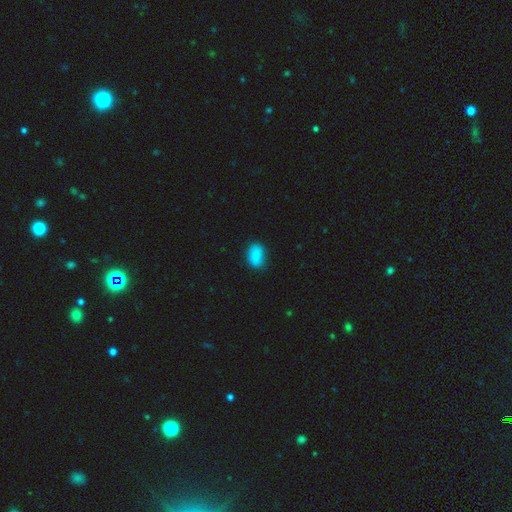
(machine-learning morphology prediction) smooth-or-featured: smooth: 87% | star or artifact: 9% | featured or disk: 5%
  how-rounded: in between: 85% | round: 12% | cigar-shaped: 2%
  merging: none: 77% | minor disturbance: 18% | major disturbance: 3% | merger: 1%